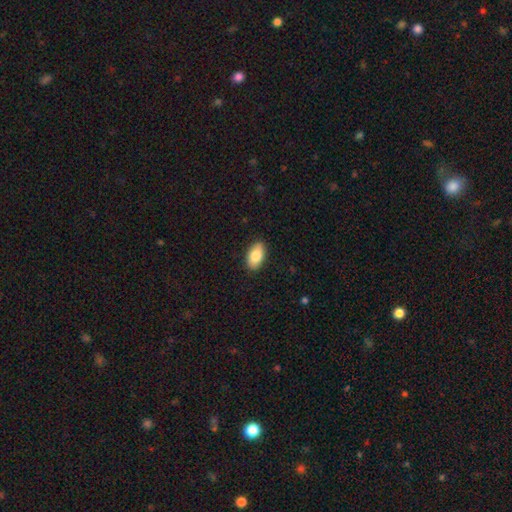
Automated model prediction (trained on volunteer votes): This appears to be a smooth galaxy with no disk features (83%) that is in between round and cigar-shaped (93%). Merging: none (88%).